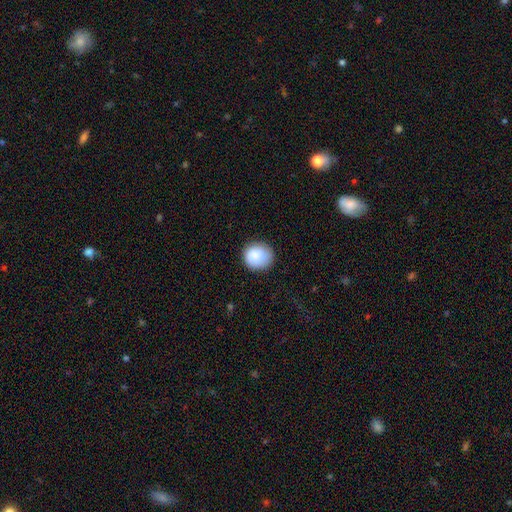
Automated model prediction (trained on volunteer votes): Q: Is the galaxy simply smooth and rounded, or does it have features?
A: smooth — 84%.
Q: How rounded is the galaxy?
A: round — 79%.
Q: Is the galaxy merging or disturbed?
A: none — 81%.